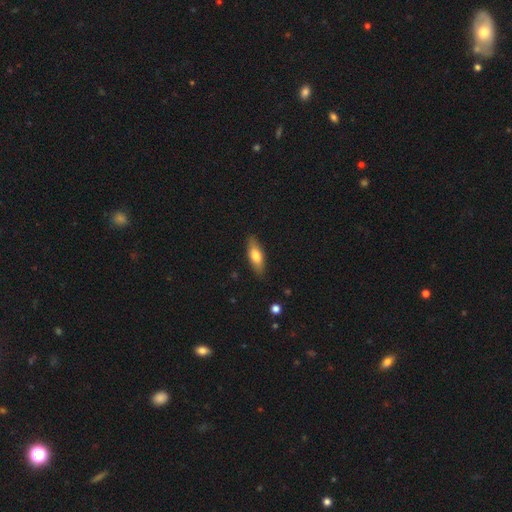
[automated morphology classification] This appears to be a smooth galaxy with no disk features (69%) that is in between round and cigar-shaped (62%). Merging: none (86%).